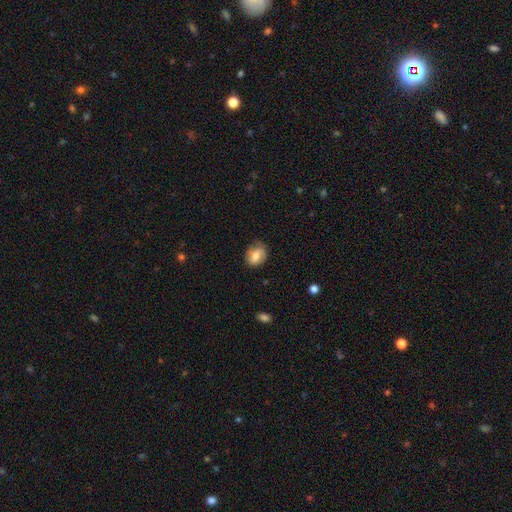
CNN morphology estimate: A smooth galaxy with no disk features (59%) that is in between round and cigar-shaped (54%).

Vote fractions:
- Smooth or featured? smooth: 59% / featured or disk: 33% / star or artifact: 8%
- How rounded? in between: 54% / round: 44% / cigar-shaped: 1%
- Merging? none: 65% / minor disturbance: 26% / major disturbance: 8% / merger: 2%